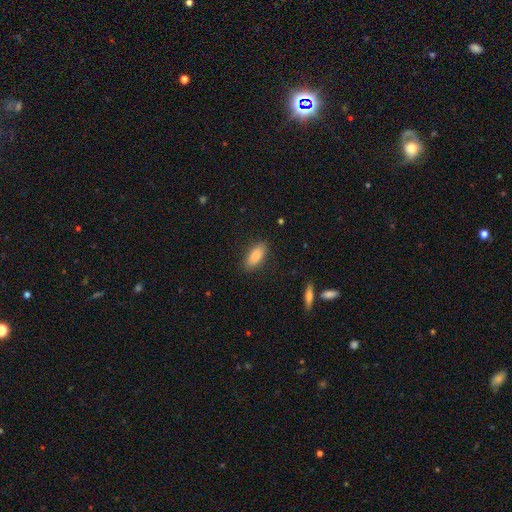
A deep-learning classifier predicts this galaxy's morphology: Smooth or featured?
  - smooth: 88% *
  - star or artifact: 7%
  - featured or disk: 5%
How rounded?
  - in between: 83% *
  - cigar-shaped: 14%
  - round: 2%
Merging?
  - none: 87% *
  - minor disturbance: 10%
  - major disturbance: 3%
  - merger: 1%